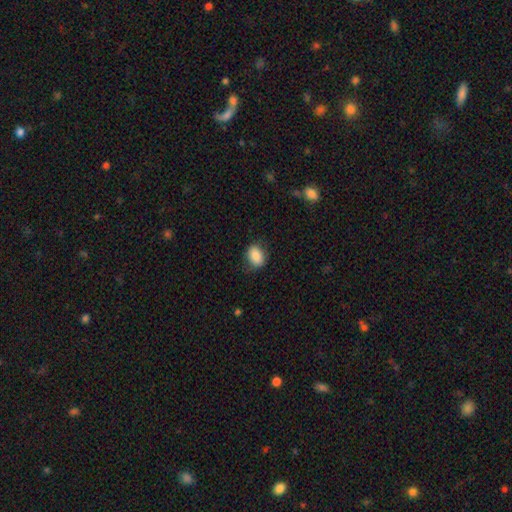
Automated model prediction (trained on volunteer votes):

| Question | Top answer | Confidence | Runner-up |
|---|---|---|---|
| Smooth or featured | smooth | 86% | star or artifact (8%) |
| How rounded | in between | 66% | round (33%) |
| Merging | none | 77% | minor disturbance (18%) |